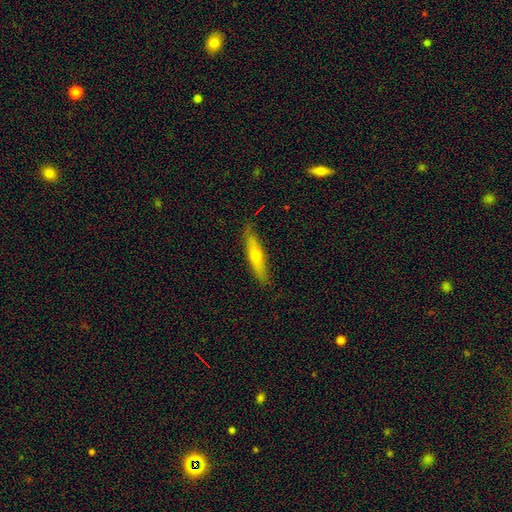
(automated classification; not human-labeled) smooth_or_featured: smooth (p=0.50) [alt: featured or disk p=0.44]
how_rounded: cigar-shaped (p=0.81) [alt: in between p=0.17]
merging: none (p=0.83) [alt: minor disturbance p=0.13]